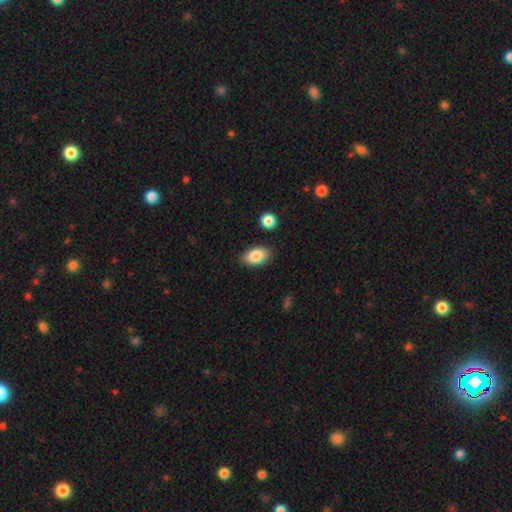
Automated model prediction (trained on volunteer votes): smooth 85%, featured or disk 8%, star or artifact 7%. Down the decision tree: how rounded — in between (92%); merging — none (84%).